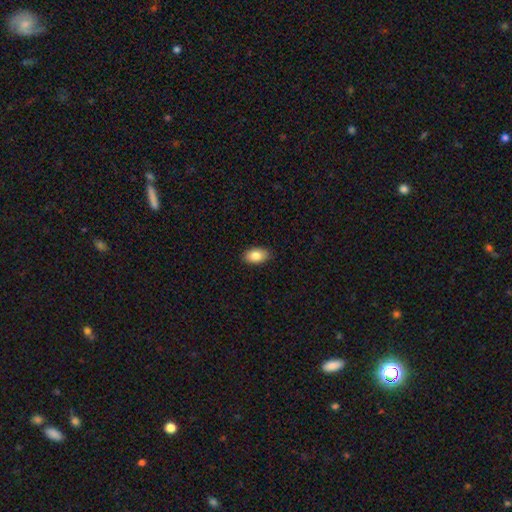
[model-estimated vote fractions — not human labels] Smooth or featured?
  - smooth: 86% *
  - star or artifact: 7%
  - featured or disk: 7%
How rounded?
  - in between: 92% *
  - round: 6%
  - cigar-shaped: 2%
Merging?
  - none: 88% *
  - minor disturbance: 9%
  - major disturbance: 2%
  - merger: 1%